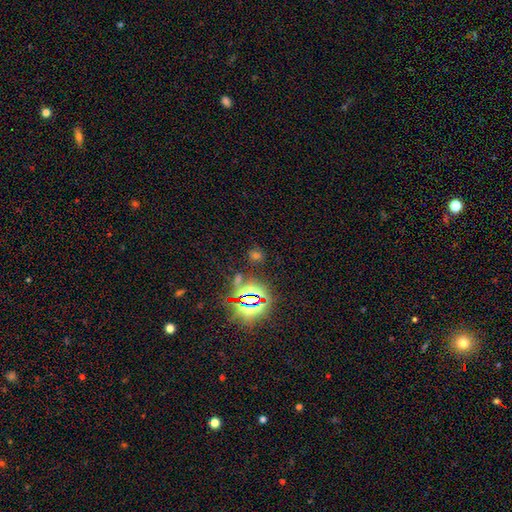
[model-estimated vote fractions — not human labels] A star or artifact, not a galaxy (55%).

Vote fractions:
- Smooth or featured? star or artifact: 55% / smooth: 37% / featured or disk: 8%